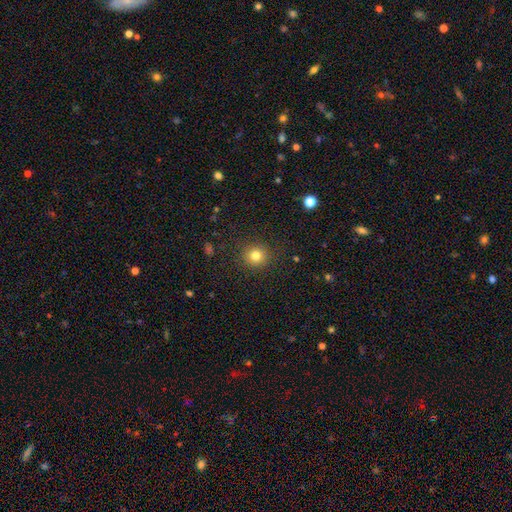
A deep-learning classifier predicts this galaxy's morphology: A smooth galaxy with no disk features (80%) that is round (91%). Merging: none (89%).